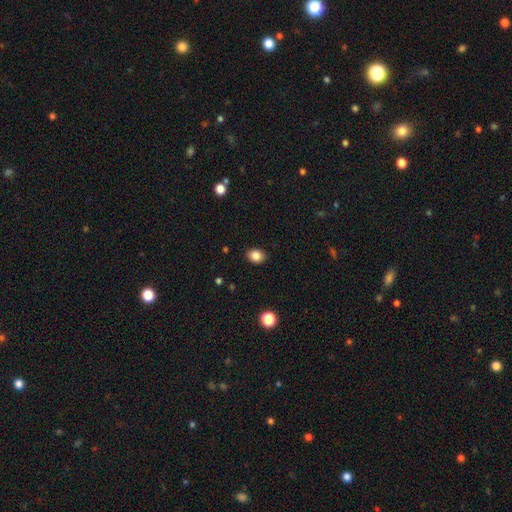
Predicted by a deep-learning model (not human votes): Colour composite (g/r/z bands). It shows a smooth galaxy with no disk features (85%) that is in between round and cigar-shaped (56%). Merging: none (89%).